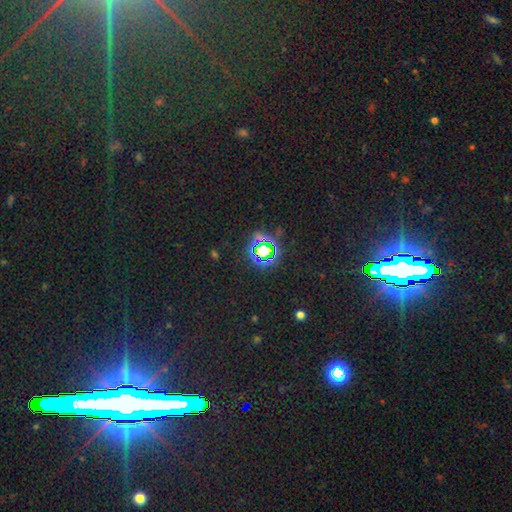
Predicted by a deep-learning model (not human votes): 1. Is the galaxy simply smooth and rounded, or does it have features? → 73% star or artifact, 18% smooth, 9% featured or disk.